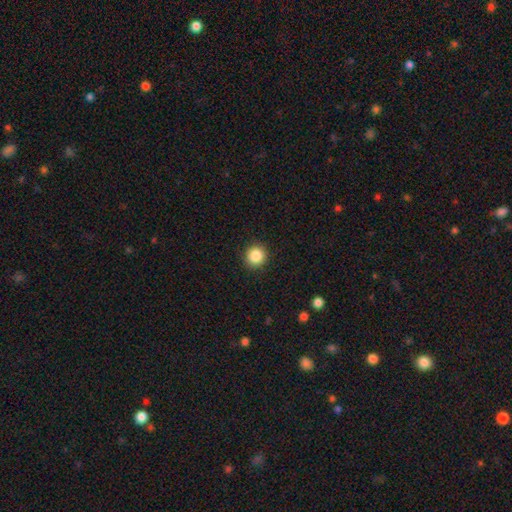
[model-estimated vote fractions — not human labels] smooth-or-featured: smooth: 87% | star or artifact: 9% | featured or disk: 4%
  how-rounded: round: 94% | in between: 5% | cigar-shaped: 1%
  merging: none: 92% | minor disturbance: 5% | major disturbance: 2% | merger: 1%